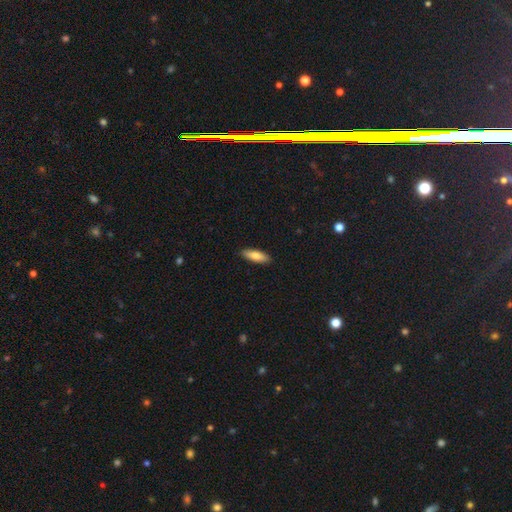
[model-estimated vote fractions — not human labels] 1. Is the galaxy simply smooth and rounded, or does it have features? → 80% smooth, 15% featured or disk, 6% star or artifact.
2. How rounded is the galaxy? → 54% in between, 44% cigar-shaped, 2% round.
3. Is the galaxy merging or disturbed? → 90% none, 8% minor disturbance, 2% major disturbance, 1% merger.